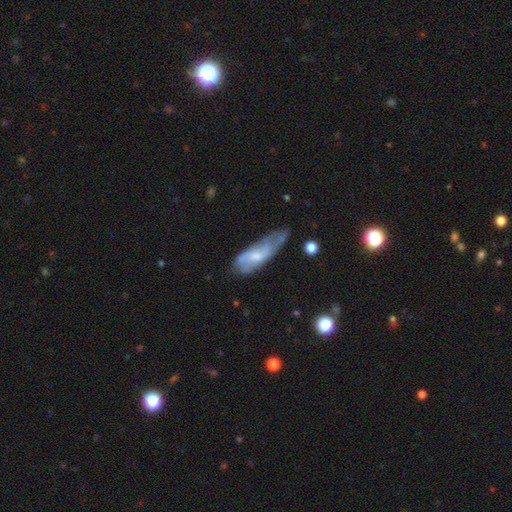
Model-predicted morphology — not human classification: Smooth or featured? Predicted: featured or disk (p=0.48). Merging? Predicted: minor disturbance (p=0.37).